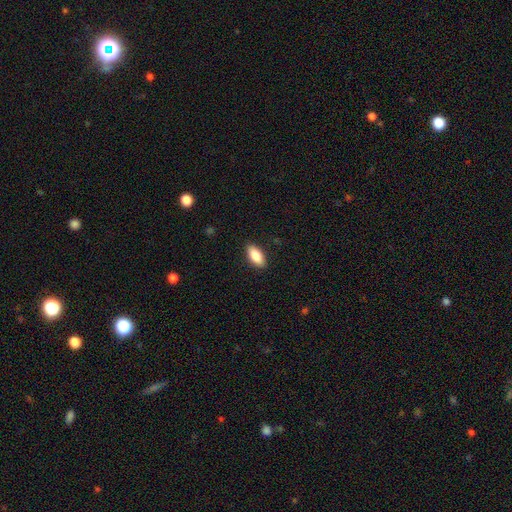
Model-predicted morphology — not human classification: Smooth or featured? smooth (83%)
How rounded? in between (87%)
Merging? none (89%)